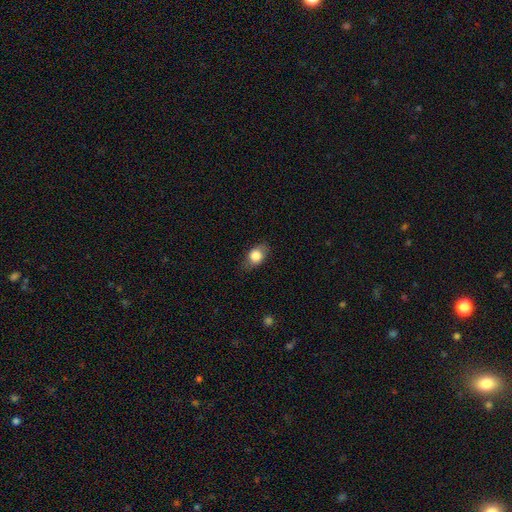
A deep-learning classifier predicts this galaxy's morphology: smooth 79%, featured or disk 13%, star or artifact 8%. Down the decision tree: how rounded — in between (74%); merging — none (78%).